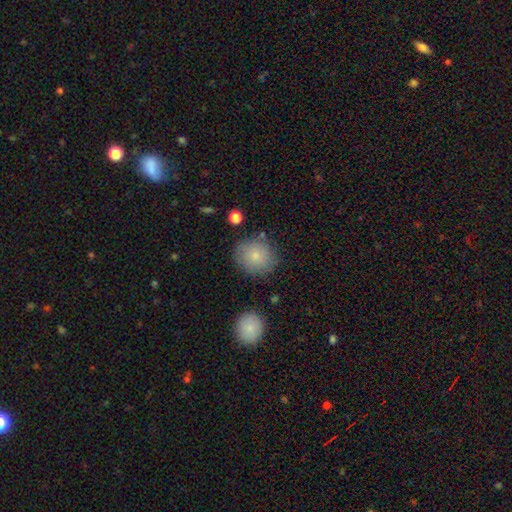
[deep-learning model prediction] smooth-or-featured: smooth: 81% | featured or disk: 10% | star or artifact: 9%
  how-rounded: round: 85% | in between: 14% | cigar-shaped: 1%
  merging: none: 81% | minor disturbance: 12% | major disturbance: 4% | merger: 3%